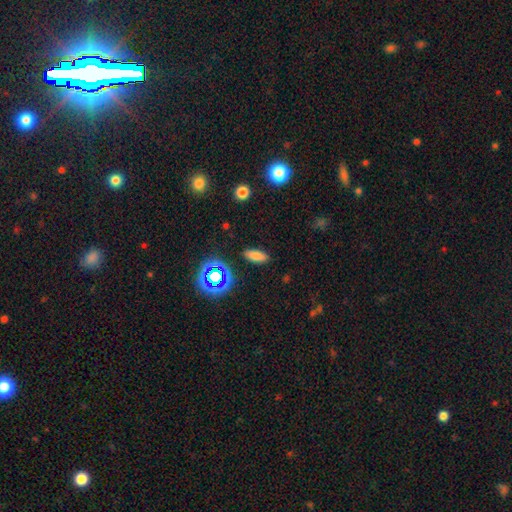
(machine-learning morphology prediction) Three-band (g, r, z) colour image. It shows a smooth galaxy with no disk features (77%) that is in between round and cigar-shaped (75%). Merging: none (88%).